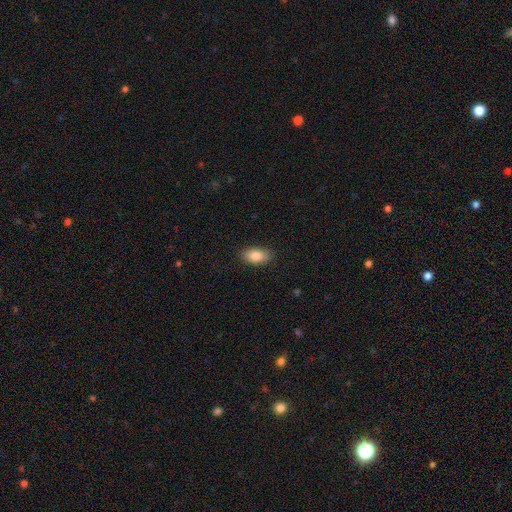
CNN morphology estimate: Smooth or featured? Predicted: smooth (p=0.85). How rounded? Predicted: in between (p=0.91). Merging? Predicted: none (p=0.87).